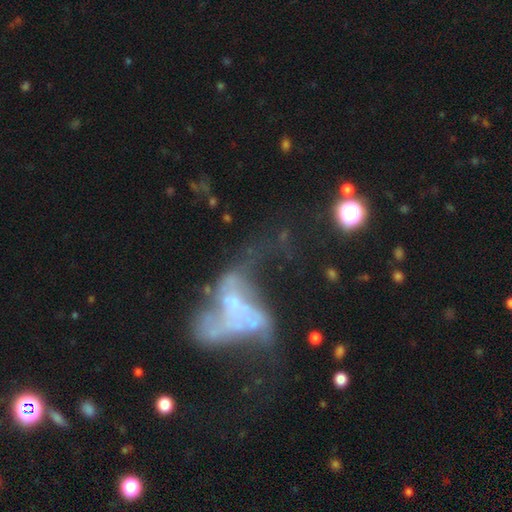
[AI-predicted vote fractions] smooth-or-featured: featured or disk: 63% | smooth: 19% | star or artifact: 18%
  disk-edge-on: no: 94% | yes: 6%
    bar: no: 78% | weak: 15% | strong: 7%
    has-spiral-arms: no: 69% | yes: 31%
    bulge-size: none: 49% | small: 31% | moderate: 15% | large: 3% | dominant: 2%
  merging: major disturbance: 41% | merger: 37% | none: 14% | minor disturbance: 8%